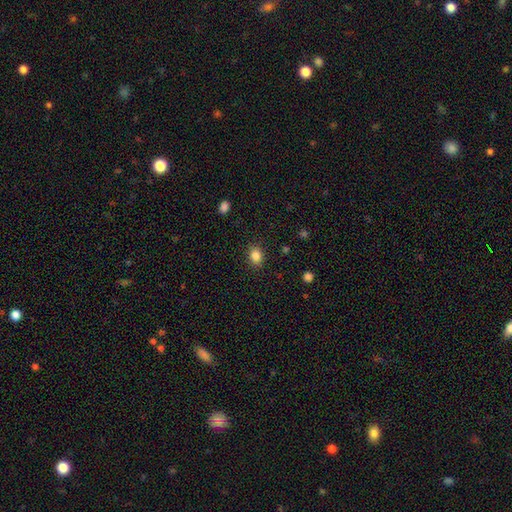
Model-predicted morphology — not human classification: Smooth or featured? Predicted: smooth (p=0.85). How rounded? Predicted: in between (p=0.57). Merging? Predicted: none (p=0.88).